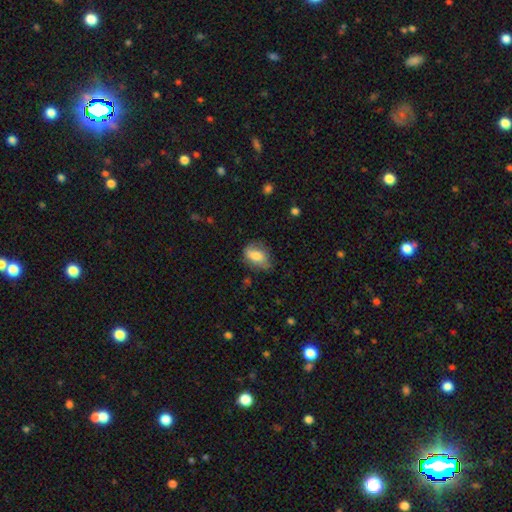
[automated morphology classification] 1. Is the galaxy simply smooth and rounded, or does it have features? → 77% smooth, 15% featured or disk, 7% star or artifact.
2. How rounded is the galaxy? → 84% in between, 14% round, 3% cigar-shaped.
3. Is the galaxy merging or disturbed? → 58% none, 31% minor disturbance, 10% major disturbance, 2% merger.